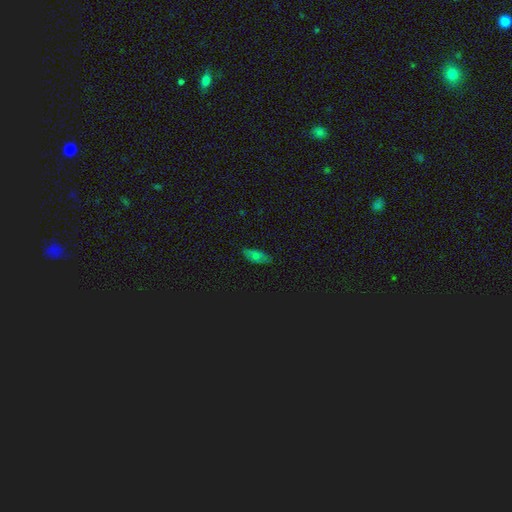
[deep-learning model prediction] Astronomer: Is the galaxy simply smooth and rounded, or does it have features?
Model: smooth — 56%.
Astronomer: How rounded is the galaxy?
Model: in between — 85%.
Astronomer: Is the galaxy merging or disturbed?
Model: none — 77%.